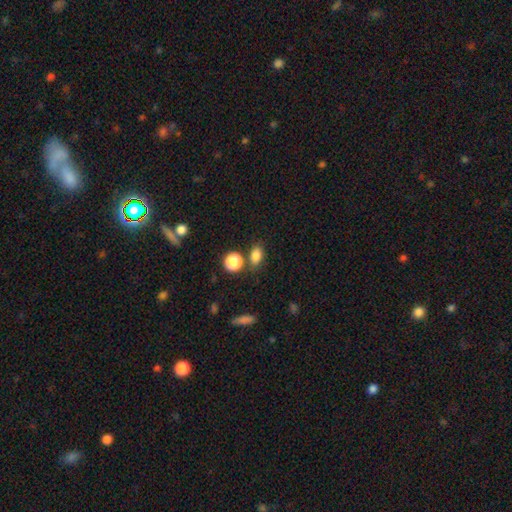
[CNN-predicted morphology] smooth 83%, star or artifact 12%, featured or disk 5%. Down the decision tree: how rounded — in between (74%); merging — none (70%).